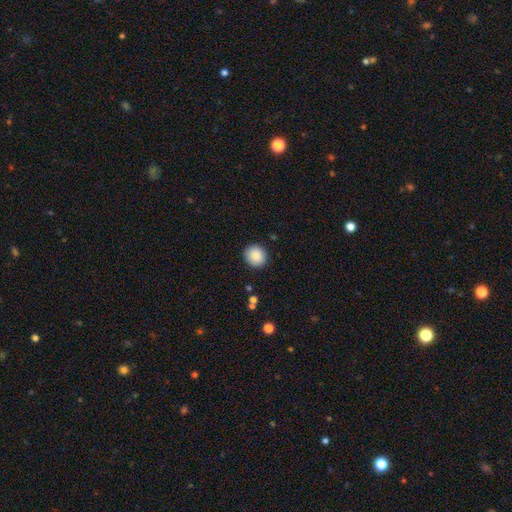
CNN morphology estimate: The model was most divided on "how rounded": round: 89%, in between: 10%, cigar-shaped: 1%. More confident: merging — none (91%); smooth or featured — smooth (88%).